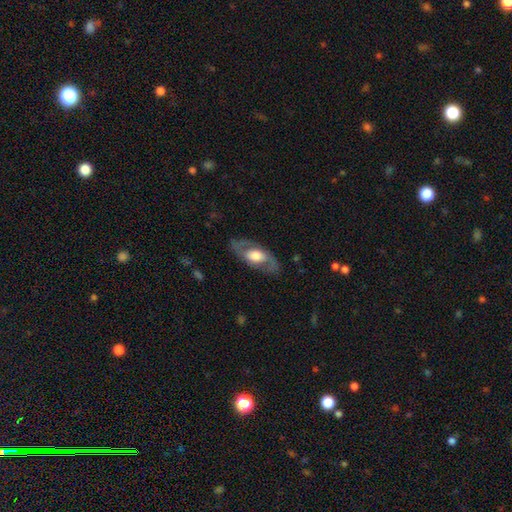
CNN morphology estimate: Overall: featured or disk (72%). Edge-on disk: no (87%). Bar: no (58%; weak 31%). Spiral arms: yes (72%). Bulge size: large (46%; moderate 42%). Merging: none (79%).